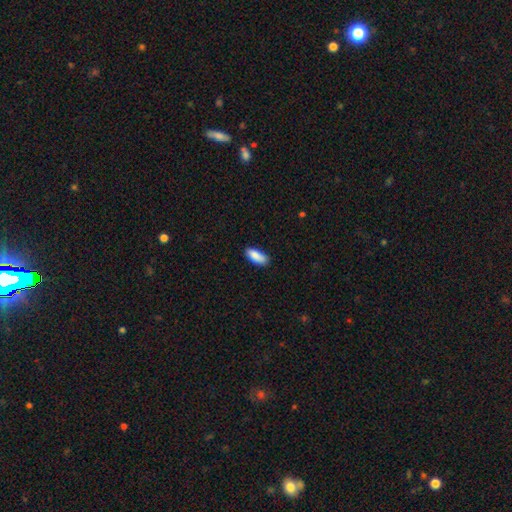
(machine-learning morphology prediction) This is clearly a smooth galaxy (88%). How rounded: clearly in between (82%). Merging: likely none (79%).